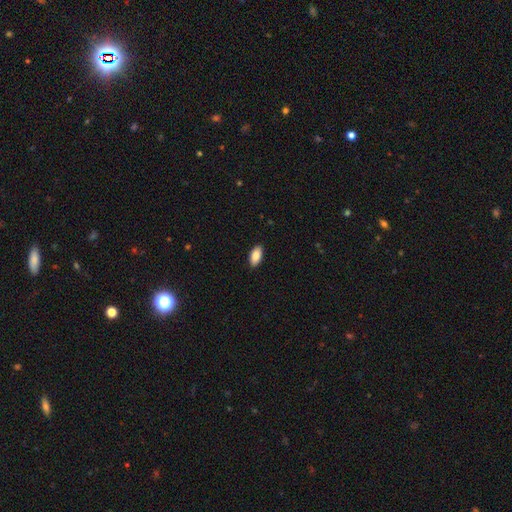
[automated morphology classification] A smooth galaxy with no disk features (88%) that is in between round and cigar-shaped (92%). Merging: none (90%).